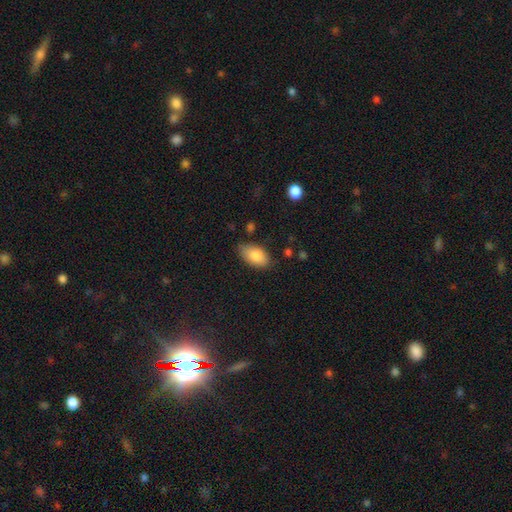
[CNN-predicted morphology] smooth-or-featured: smooth: 85% | featured or disk: 8% | star or artifact: 7%
  how-rounded: in between: 93% | round: 5% | cigar-shaped: 2%
  merging: none: 75% | minor disturbance: 20% | major disturbance: 4% | merger: 2%